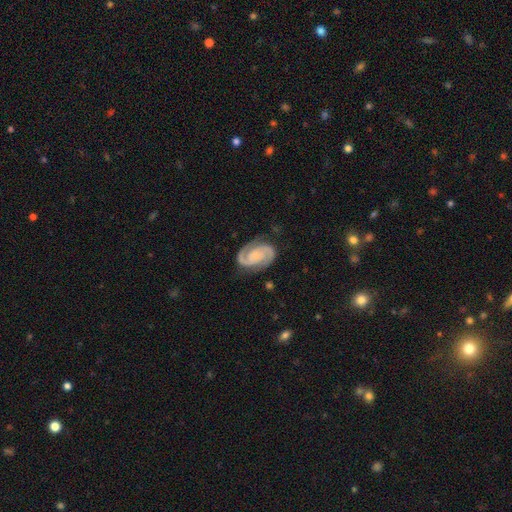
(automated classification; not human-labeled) A featured or disk galaxy (91%) with no bar (59%), 2 (94%) medium (47%) spiral arms (98%) and a small central bulge (55%).

Vote fractions:
- Smooth or featured? featured or disk: 91% / smooth: 5% / star or artifact: 4%
- Edge-on disk? no: 98% / yes: 2%
- Bar? no: 59% / weak: 30% / strong: 10%
- Spiral arms? yes: 98% / no: 2%
- Spiral winding? medium: 47% / tight: 45% / loose: 8%
- Spiral arm count? 2: 94% / can't tell: 2% / 3: 1% / 1: 1% / 4: 1% / more than 4: 1%
- Bulge size? small: 55% / none: 22% / moderate: 19% / large: 2% / dominant: 1%
- Merging? none: 81% / minor disturbance: 14% / major disturbance: 4% / merger: 1%